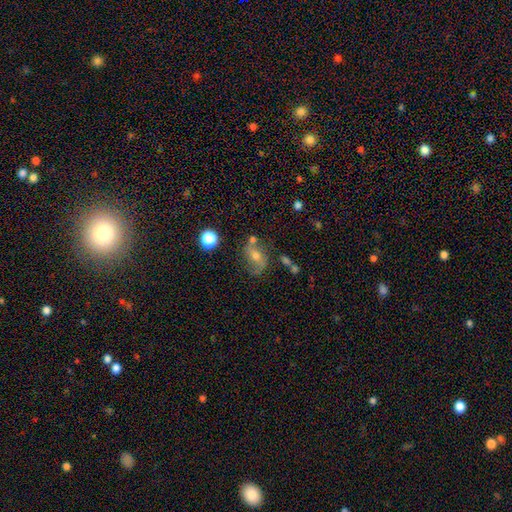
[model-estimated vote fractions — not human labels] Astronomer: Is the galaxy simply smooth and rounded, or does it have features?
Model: featured or disk — 46% (runner-up: smooth, 37%).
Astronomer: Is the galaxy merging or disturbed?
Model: none — 55%.